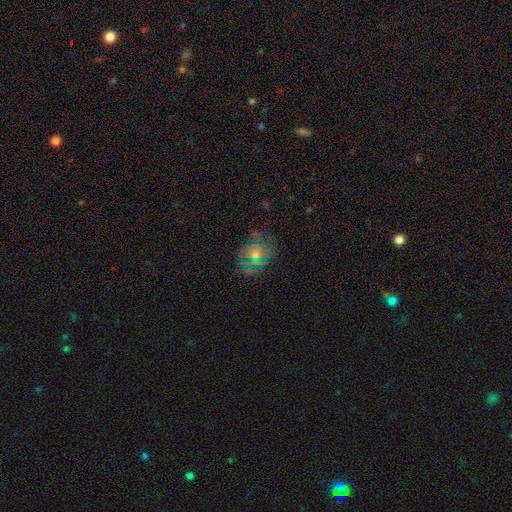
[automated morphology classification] A featured or disk galaxy (40%).

Vote fractions:
- Smooth or featured? featured or disk: 40% / smooth: 34% / star or artifact: 26%
- Merging? none: 71% / minor disturbance: 18% / major disturbance: 9% / merger: 3%